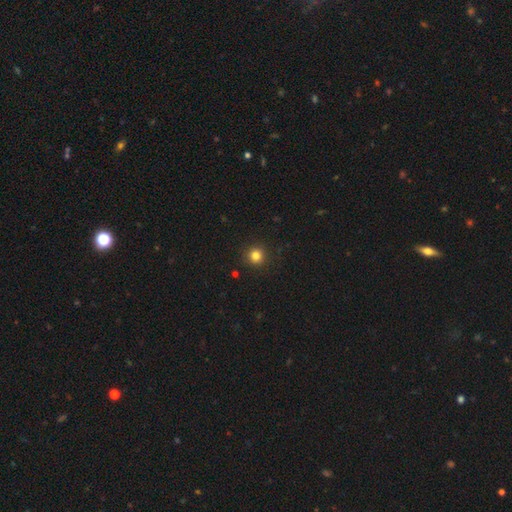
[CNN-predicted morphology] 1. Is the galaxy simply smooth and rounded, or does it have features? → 82% smooth, 13% star or artifact, 5% featured or disk.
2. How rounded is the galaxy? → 94% round, 5% in between, 1% cigar-shaped.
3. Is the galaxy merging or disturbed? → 92% none, 5% minor disturbance, 2% major disturbance, 1% merger.